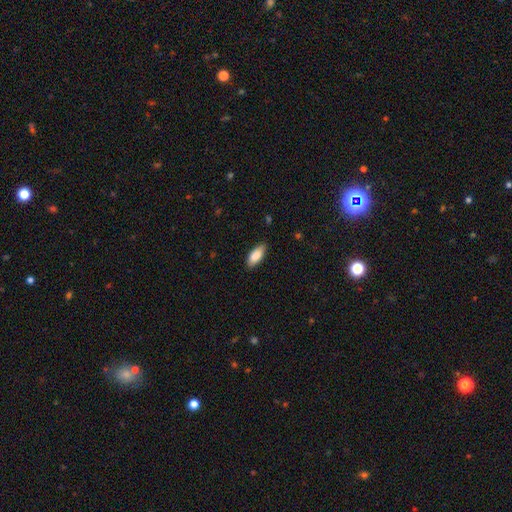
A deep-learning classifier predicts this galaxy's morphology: Smooth or featured: smooth — 86% (featured or disk — 8%)
How rounded: in between — 82% (cigar-shaped — 16%)
Merging: none — 84% (minor disturbance — 12%)